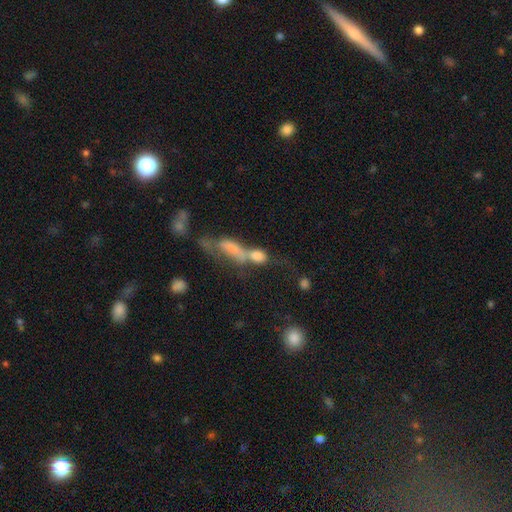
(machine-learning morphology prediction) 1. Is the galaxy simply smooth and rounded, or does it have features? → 61% smooth, 24% featured or disk, 14% star or artifact.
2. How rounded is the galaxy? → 52% in between, 27% cigar-shaped, 21% round.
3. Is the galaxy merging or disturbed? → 62% merger, 17% none, 13% major disturbance, 8% minor disturbance.